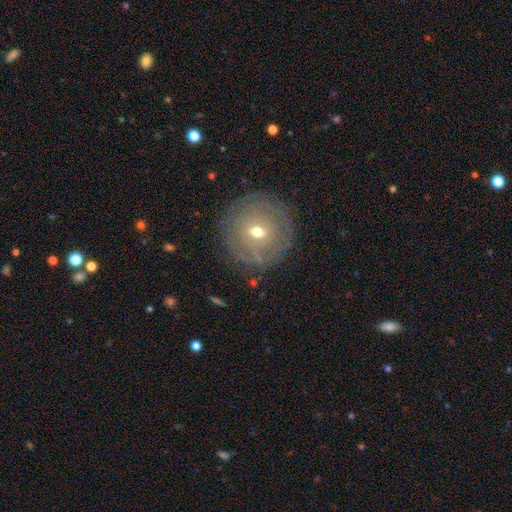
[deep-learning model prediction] This is possibly a featured or disk galaxy (55%). It is clearly not viewed edge-on (94%). Bar: likely no (61%). Spiral arm pattern: possibly yes (57%). Central bulge: possibly moderate (52%). Merging: clearly none (84%).